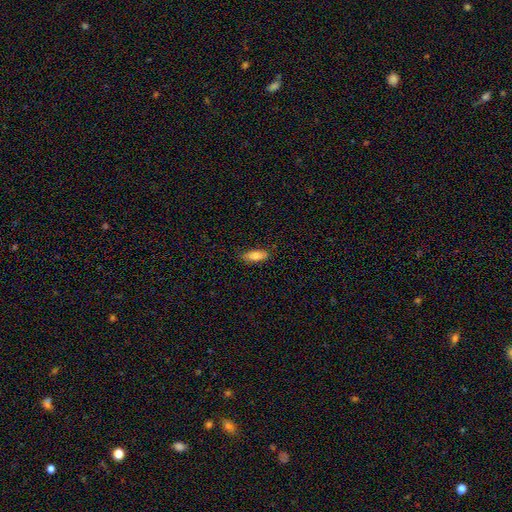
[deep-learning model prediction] The model was most divided on "how rounded": in between: 75%, cigar-shaped: 23%, round: 2%. More confident: smooth or featured — smooth (84%); merging — none (80%).